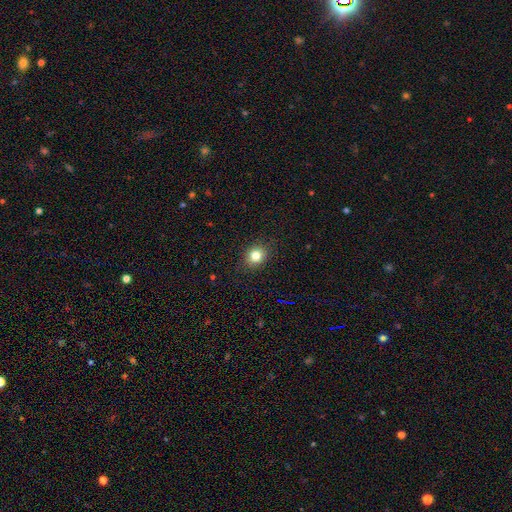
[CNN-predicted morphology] smooth-or-featured: smooth: 80% | star or artifact: 12% | featured or disk: 8%
  how-rounded: round: 66% | in between: 33% | cigar-shaped: 1%
  merging: none: 88% | minor disturbance: 8% | major disturbance: 2% | merger: 1%